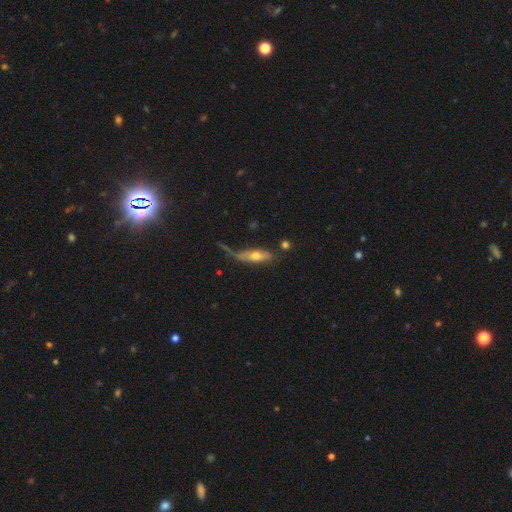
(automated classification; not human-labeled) Smooth or featured: smooth — 48% (featured or disk — 46%)
Merging: none — 35% (major disturbance — 29%)